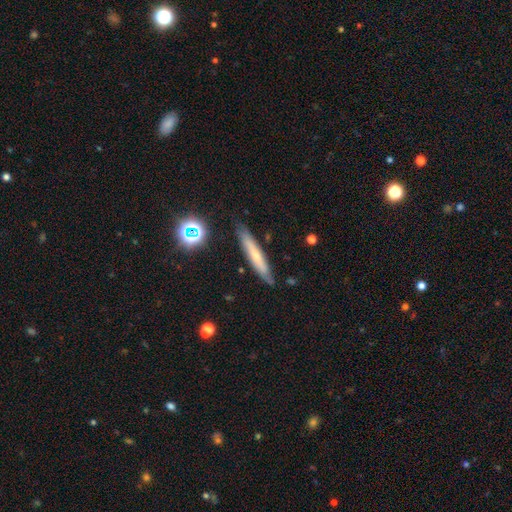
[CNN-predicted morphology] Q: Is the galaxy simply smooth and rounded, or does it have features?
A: smooth — 47%.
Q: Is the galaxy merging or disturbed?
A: none — 83%.